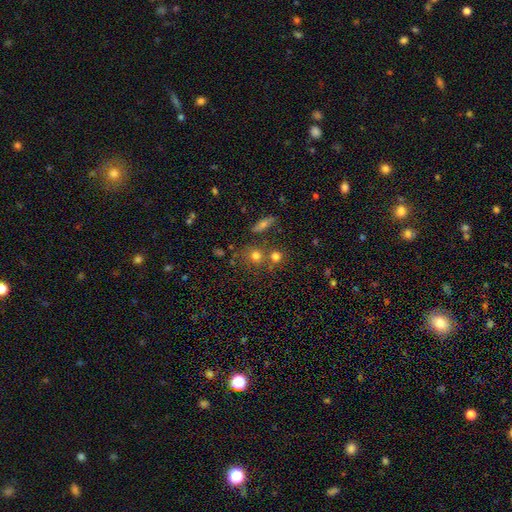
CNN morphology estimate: Overall: smooth (72%). How rounded: round (83%). Merging: none (61%; merger 25%).